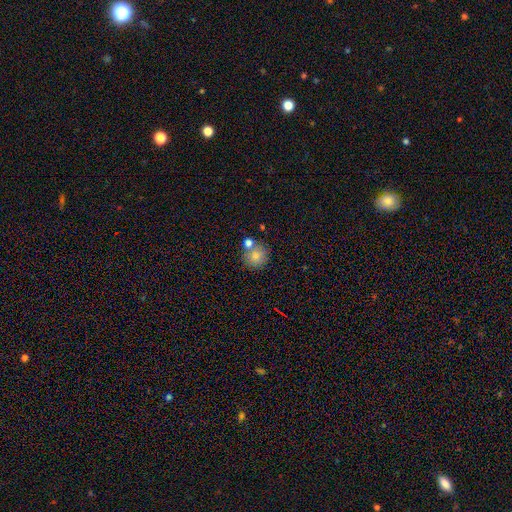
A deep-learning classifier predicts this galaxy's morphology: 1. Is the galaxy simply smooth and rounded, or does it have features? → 79% smooth, 11% featured or disk, 11% star or artifact.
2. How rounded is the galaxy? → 90% round, 9% in between, 1% cigar-shaped.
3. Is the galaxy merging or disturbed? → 64% none, 23% merger, 10% minor disturbance, 3% major disturbance.